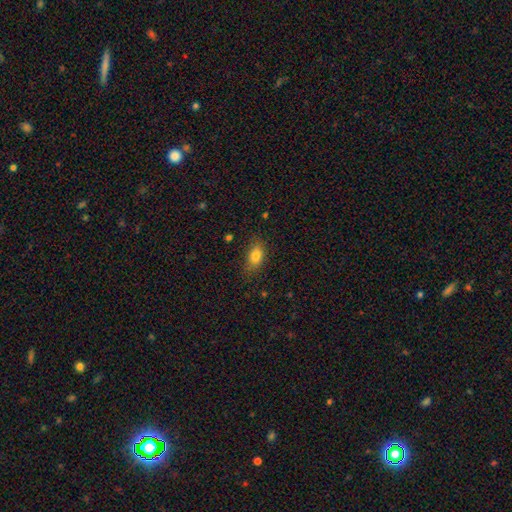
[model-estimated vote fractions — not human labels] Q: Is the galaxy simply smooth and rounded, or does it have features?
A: smooth — 83%.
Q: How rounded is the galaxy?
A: in between — 86%.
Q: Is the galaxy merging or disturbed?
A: none — 79%.